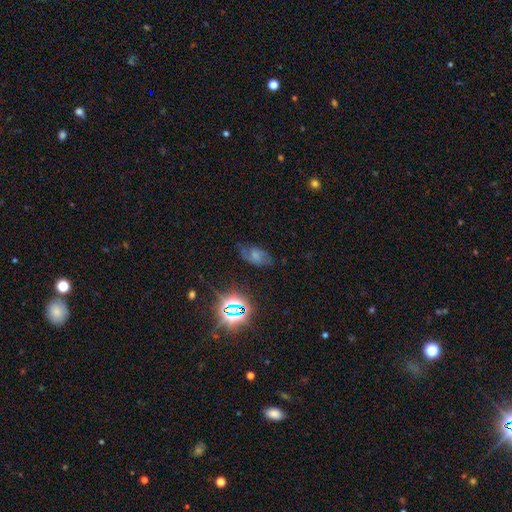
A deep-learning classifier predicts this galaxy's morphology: Smooth or featured: smooth — 49% (featured or disk — 27%)
Merging: none — 62% (minor disturbance — 25%)